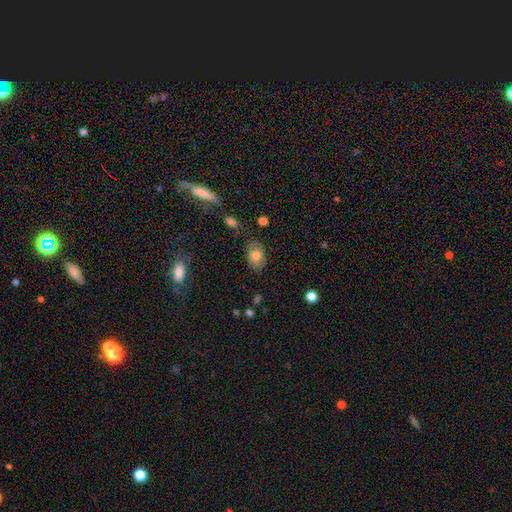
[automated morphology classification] A smooth galaxy with no disk features (75%) that is in between round and cigar-shaped (83%). Merging: none (75%).